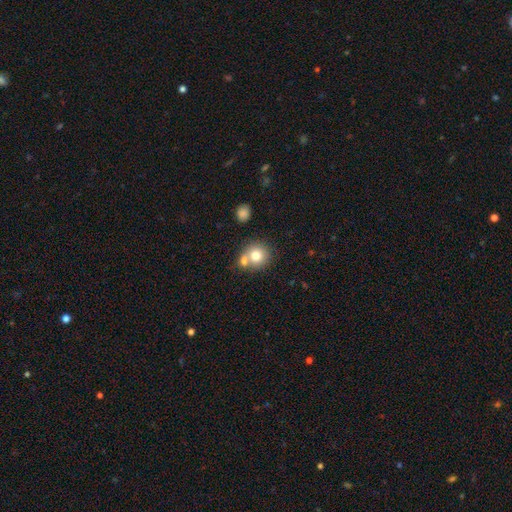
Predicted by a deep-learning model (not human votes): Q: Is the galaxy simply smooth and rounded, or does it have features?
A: smooth — 75%.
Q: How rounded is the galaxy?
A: round — 84%.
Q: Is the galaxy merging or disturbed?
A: none — 48%.